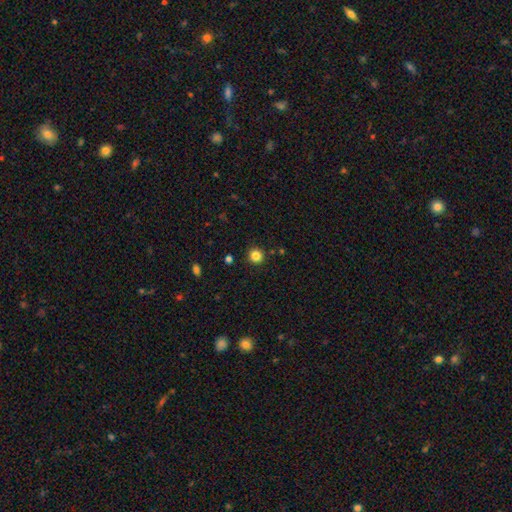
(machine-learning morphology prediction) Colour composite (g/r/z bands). It shows a smooth galaxy with no disk features (84%) that is round (94%). Merging: none (91%).